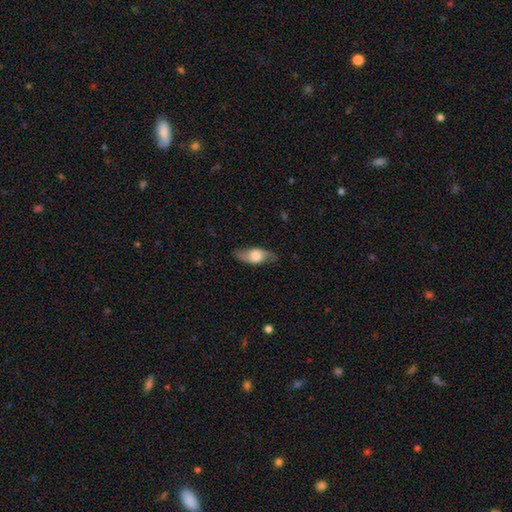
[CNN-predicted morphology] type=featured or disk (57%); edge-on=no (66%); merging=none (81%).